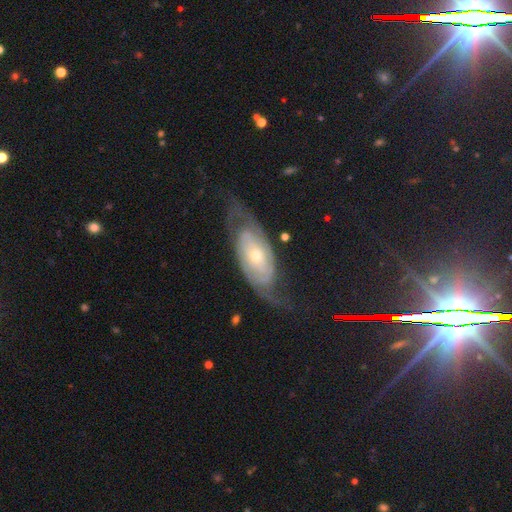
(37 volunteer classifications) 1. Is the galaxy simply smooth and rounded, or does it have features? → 89% featured or disk, 8% smooth, 3% star or artifact.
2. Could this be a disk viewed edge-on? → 85% no, 15% yes.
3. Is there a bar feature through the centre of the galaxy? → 43% no, 39% weak, 18% strong.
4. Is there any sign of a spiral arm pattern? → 96% yes, 4% no.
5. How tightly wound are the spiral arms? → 56% tight, 26% medium, 19% loose.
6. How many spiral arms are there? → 74% 2, 22% can't tell, 4% 1, 0% 3, 0% 4, 0% more than 4.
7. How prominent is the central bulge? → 64% small, 32% moderate, 4% dominant, 0% large, 0% none.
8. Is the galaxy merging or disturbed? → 67% none, 19% minor disturbance, 14% major disturbance, 0% merger.